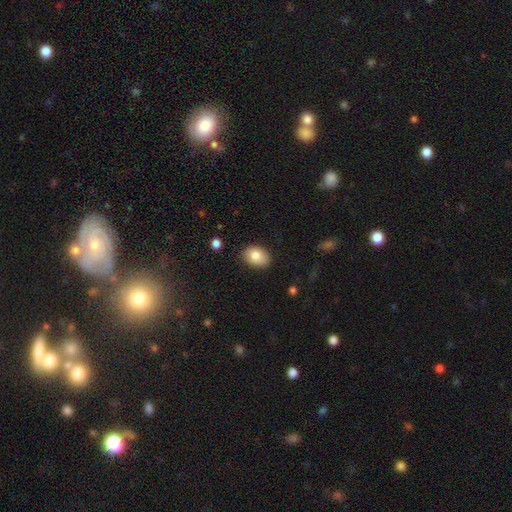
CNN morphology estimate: Smooth or featured: smooth — 82% (featured or disk — 10%)
How rounded: in between — 81% (round — 18%)
Merging: none — 85% (minor disturbance — 12%)